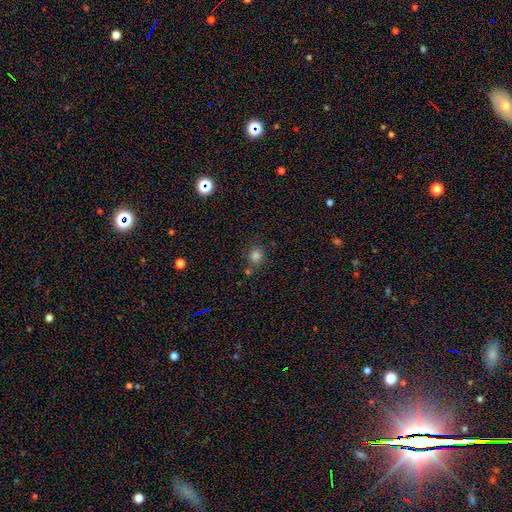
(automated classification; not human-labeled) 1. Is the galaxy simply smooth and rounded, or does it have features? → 80% smooth, 15% star or artifact, 5% featured or disk.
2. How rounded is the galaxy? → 78% round, 21% in between, 1% cigar-shaped.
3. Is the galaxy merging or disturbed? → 74% none, 12% minor disturbance, 10% merger, 4% major disturbance.